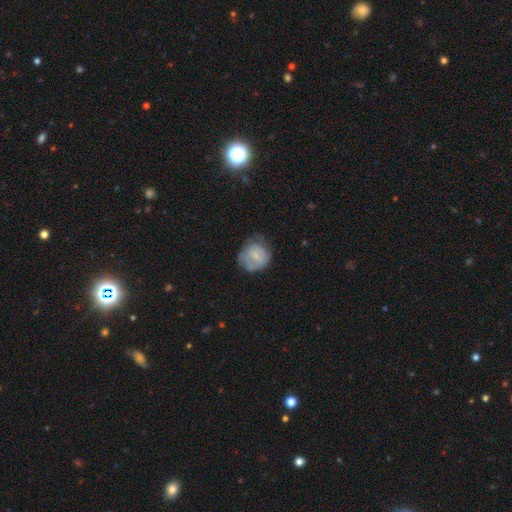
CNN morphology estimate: Smooth or featured?
  - smooth: 61% *
  - featured or disk: 32%
  - star or artifact: 7%
How rounded?
  - round: 77% *
  - in between: 22%
  - cigar-shaped: 1%
Merging?
  - none: 44% *
  - minor disturbance: 34%
  - major disturbance: 20%
  - merger: 2%